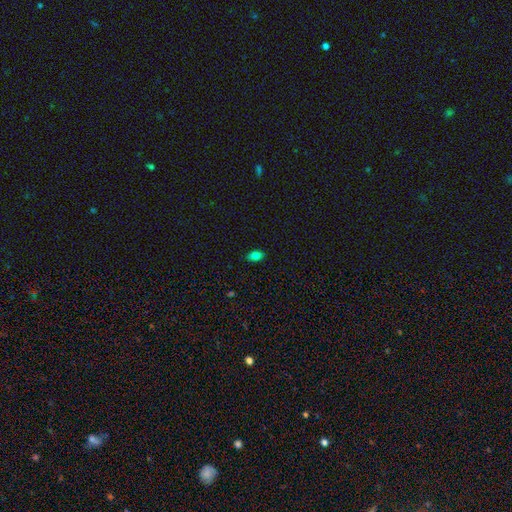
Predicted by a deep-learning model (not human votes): This appears to be a smooth galaxy with no disk features (82%) that is in between round and cigar-shaped (87%). Merging: none (87%).